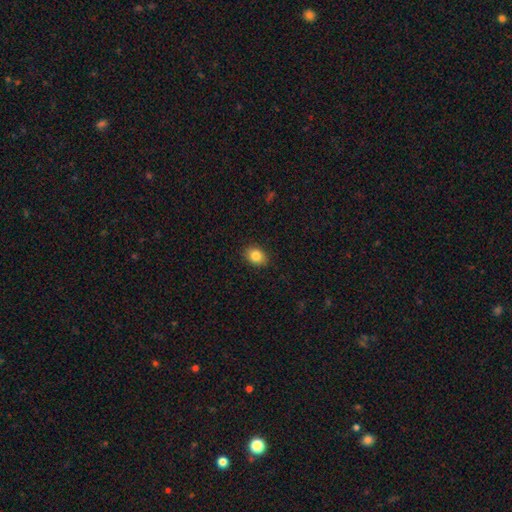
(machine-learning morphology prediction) Overall: smooth (84%). How rounded: in between (63%; round 35%). Merging: none (89%).